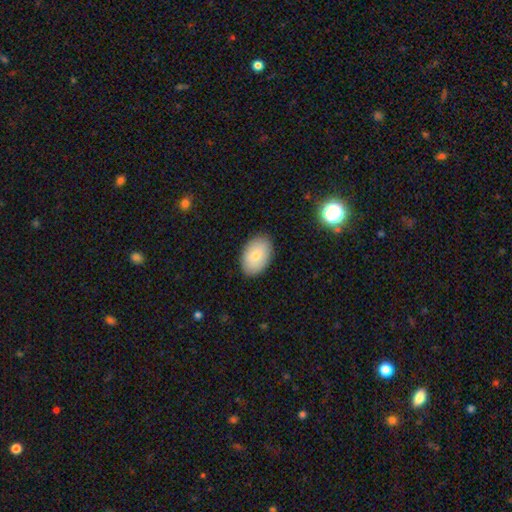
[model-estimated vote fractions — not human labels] The model was most divided on "smooth or featured": smooth: 80%, featured or disk: 14%, star or artifact: 7%. More confident: how rounded — in between (89%); merging — none (87%).